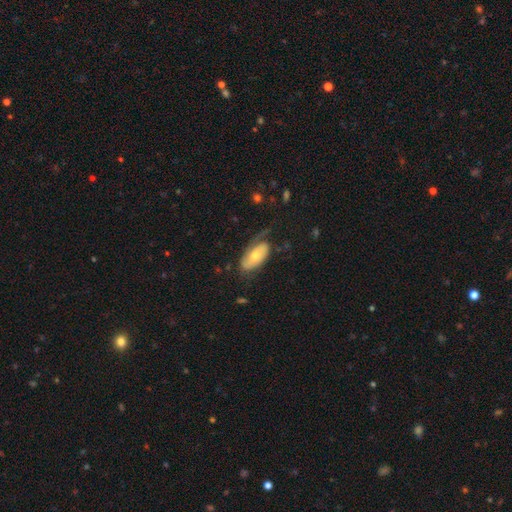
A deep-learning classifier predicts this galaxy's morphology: A featured or disk galaxy (48%). Merging: none (49%).